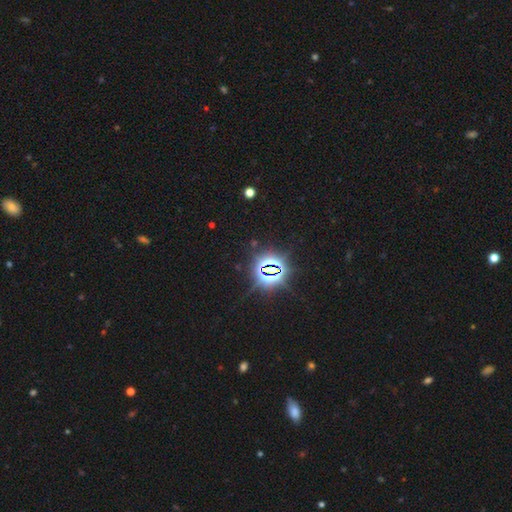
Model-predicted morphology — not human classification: Q: Smooth or featured?
A: star or artifact (84%); runner-up: smooth (10%)